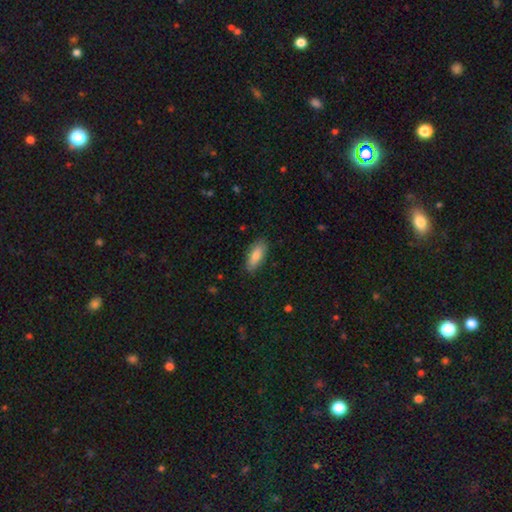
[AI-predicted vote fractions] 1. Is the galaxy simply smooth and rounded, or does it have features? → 79% smooth, 15% featured or disk, 6% star or artifact.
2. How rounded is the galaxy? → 72% in between, 26% cigar-shaped, 2% round.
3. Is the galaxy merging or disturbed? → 85% none, 11% minor disturbance, 2% major disturbance, 1% merger.